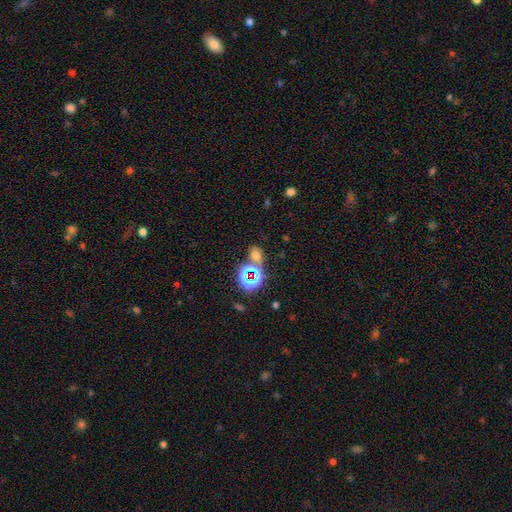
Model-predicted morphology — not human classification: smooth 51%, star or artifact 40%, featured or disk 8%. Down the decision tree: how rounded — in between (55%); merging — none (61%).